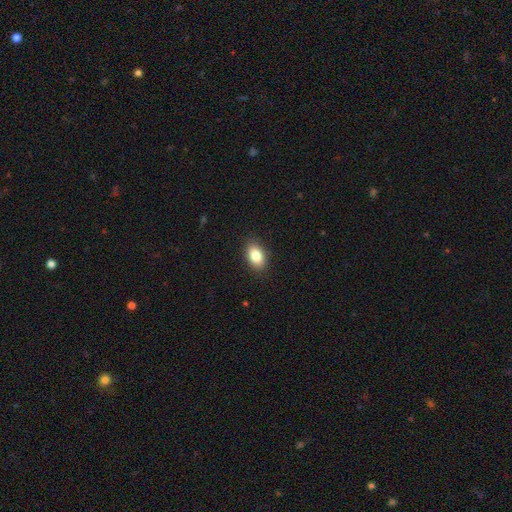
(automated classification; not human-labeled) Smooth or featured?
  - smooth: 84% *
  - star or artifact: 8%
  - featured or disk: 8%
How rounded?
  - in between: 87% *
  - round: 11%
  - cigar-shaped: 2%
Merging?
  - none: 88% *
  - minor disturbance: 9%
  - major disturbance: 2%
  - merger: 1%